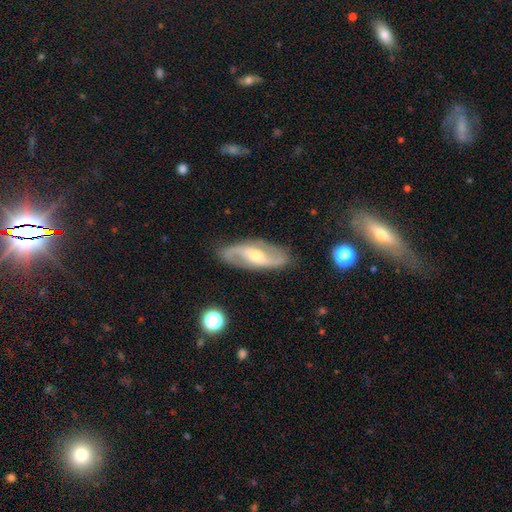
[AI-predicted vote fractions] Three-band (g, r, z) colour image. It shows a featured or disk galaxy (85%) with a weak bar (42%), 2 (91%) medium (42%) spiral arms (94%) and a moderate central bulge (59%). Merging: none (84%).